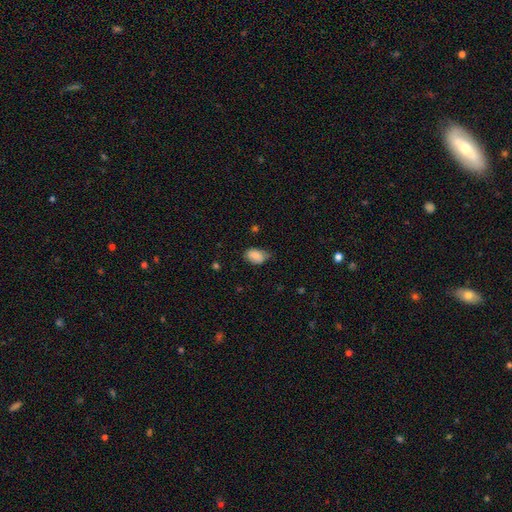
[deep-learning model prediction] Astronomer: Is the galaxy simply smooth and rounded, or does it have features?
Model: smooth — 83%.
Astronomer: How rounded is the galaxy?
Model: in between — 88%.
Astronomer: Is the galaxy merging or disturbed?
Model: none — 56% (runner-up: minor disturbance, 35%).